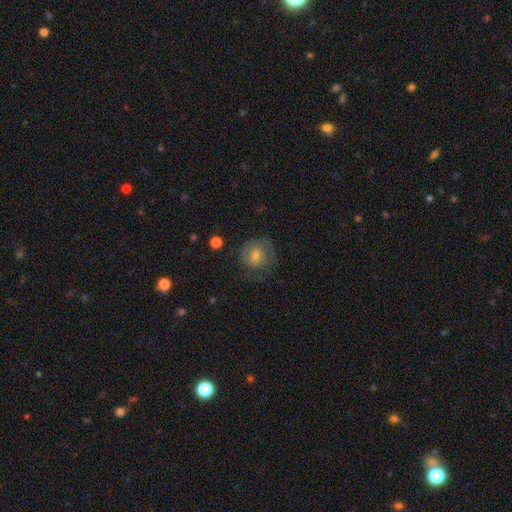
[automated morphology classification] smooth-or-featured: smooth: 49% | featured or disk: 39% | star or artifact: 11%
  merging: none: 68% | minor disturbance: 19% | major disturbance: 12% | merger: 1%